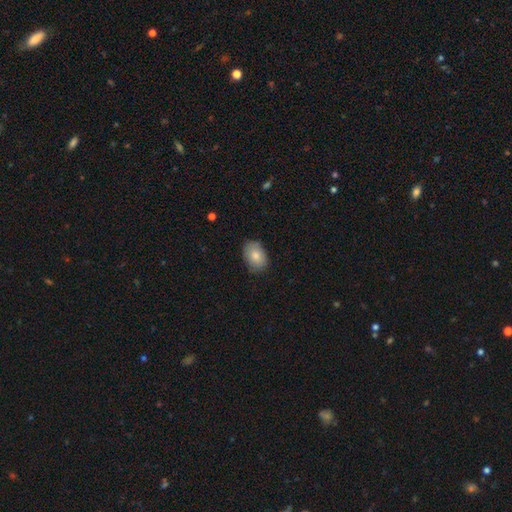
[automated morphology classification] smooth-or-featured: smooth: 81% | featured or disk: 12% | star or artifact: 7%
  how-rounded: in between: 81% | round: 18% | cigar-shaped: 1%
  merging: none: 81% | minor disturbance: 16% | major disturbance: 3% | merger: 1%